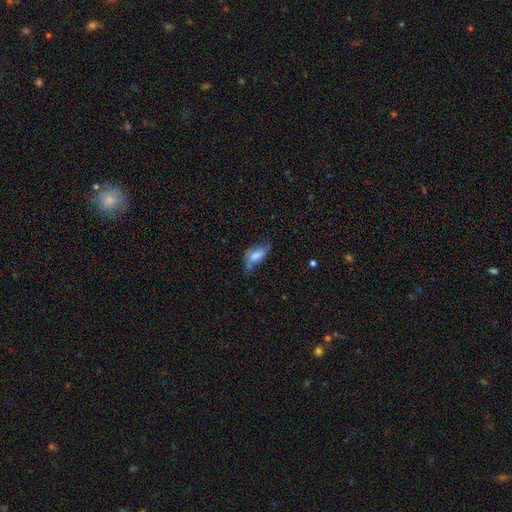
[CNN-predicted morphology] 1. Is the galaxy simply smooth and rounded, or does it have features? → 57% smooth, 34% featured or disk, 9% star or artifact.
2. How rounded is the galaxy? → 85% in between, 11% cigar-shaped, 4% round.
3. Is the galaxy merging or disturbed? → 40% none, 34% minor disturbance, 22% major disturbance, 4% merger.